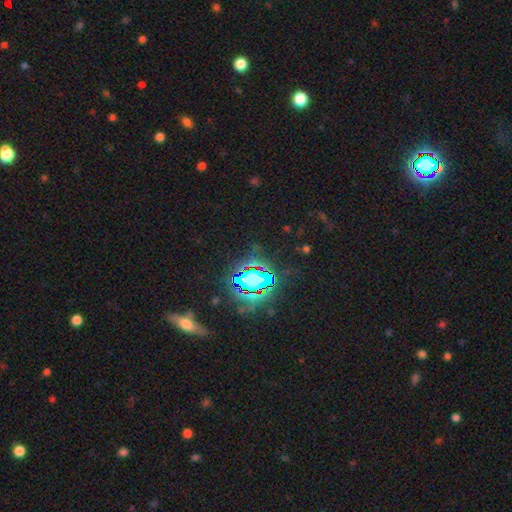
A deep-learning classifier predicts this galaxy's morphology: A star or artifact, not a galaxy (79%).

Vote fractions:
- Smooth or featured? star or artifact: 79% / smooth: 11% / featured or disk: 10%